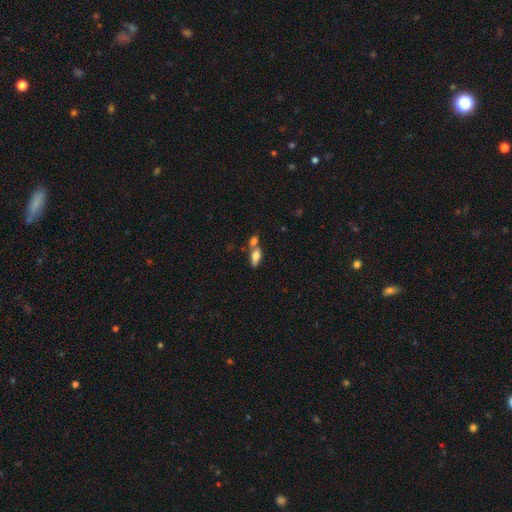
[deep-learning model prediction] This appears to be a smooth galaxy with no disk features (72%) that is in between round and cigar-shaped (81%). Merging: merger (44%).